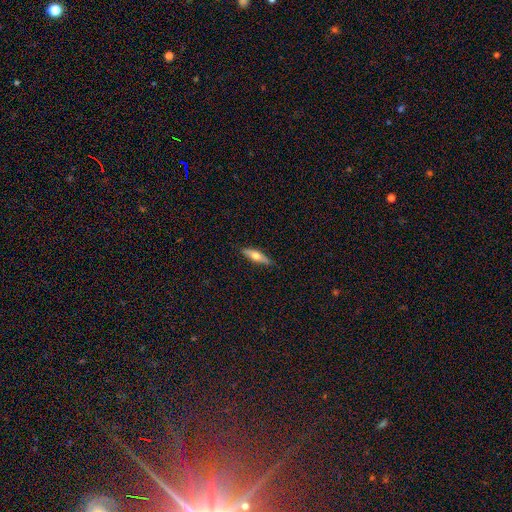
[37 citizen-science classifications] Smooth or featured?
  - smooth: 59% *
  - featured or disk: 41%
  - star or artifact: 0%
How rounded?
  - cigar-shaped: 55% *
  - in between: 45%
  - round: 0%
Merging?
  - none: 76% *
  - minor disturbance: 22%
  - major disturbance: 3%
  - merger: 0%